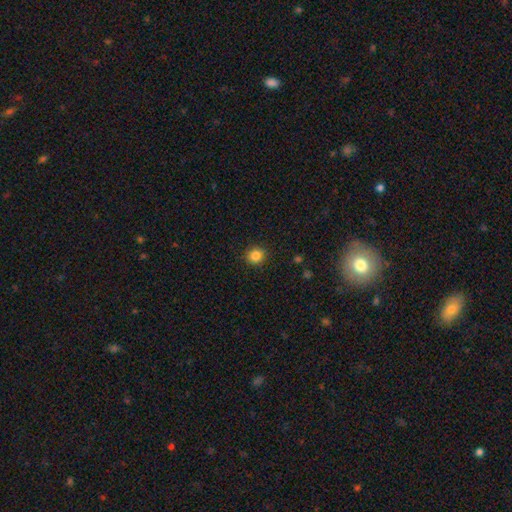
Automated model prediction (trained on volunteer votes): Morphology: type=smooth (85%); roundness=round (90%); merging=none (91%).